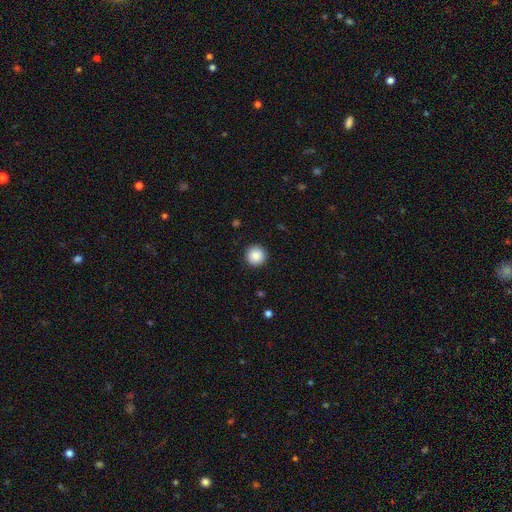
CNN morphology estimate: Smooth or featured? Predicted: smooth (p=0.85). How rounded? Predicted: round (p=0.96). Merging? Predicted: none (p=0.93).